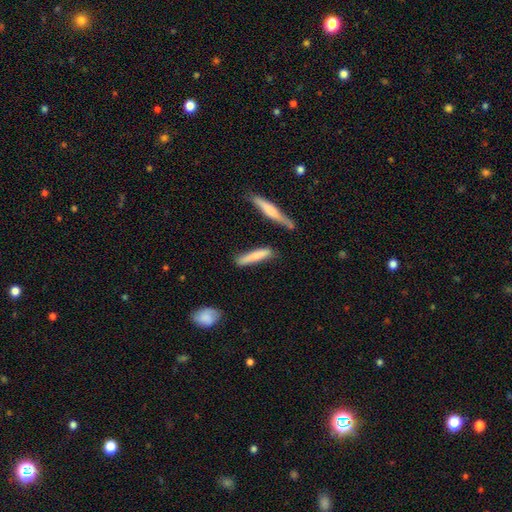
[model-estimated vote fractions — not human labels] Smooth or featured: smooth — 70% (featured or disk — 24%)
How rounded: cigar-shaped — 90% (in between — 9%)
Merging: none — 76% (minor disturbance — 15%)